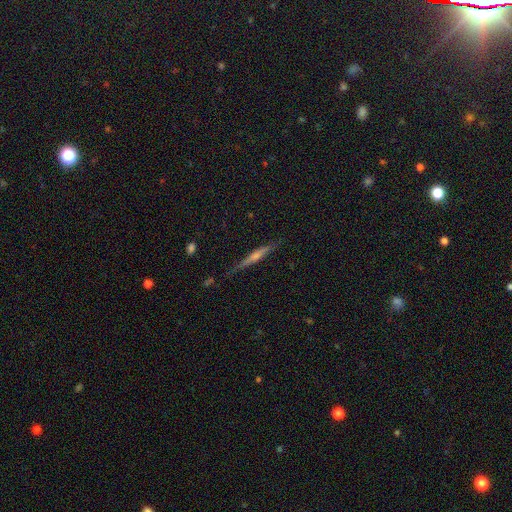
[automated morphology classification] A featured or disk galaxy (72%) viewed edge-on (97%) with a rounded central bulge (69%). Merging: none (86%).